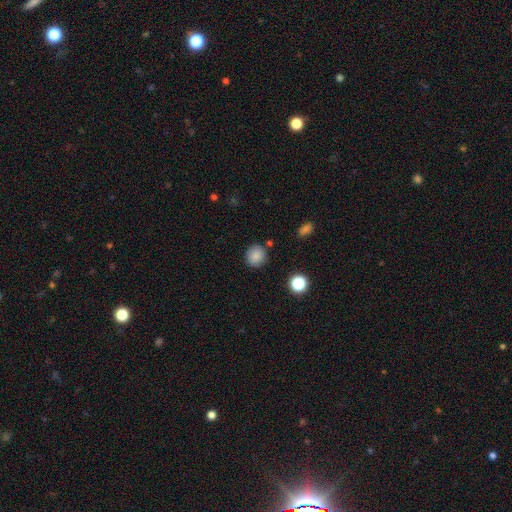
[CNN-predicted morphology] The model was most divided on "smooth or featured": smooth: 84%, star or artifact: 11%, featured or disk: 5%. More confident: how rounded — round (89%); merging — none (85%).